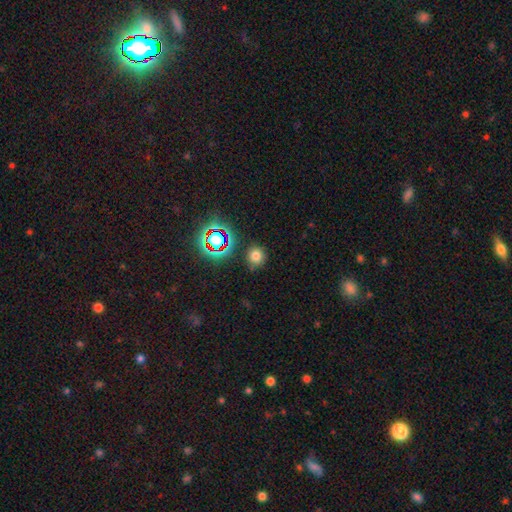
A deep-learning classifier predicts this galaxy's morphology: Q: Smooth or featured?
A: smooth (72%); runner-up: star or artifact (21%)
Q: How rounded?
A: round (86%); runner-up: in between (12%)
Q: Merging?
A: none (84%); runner-up: minor disturbance (10%)